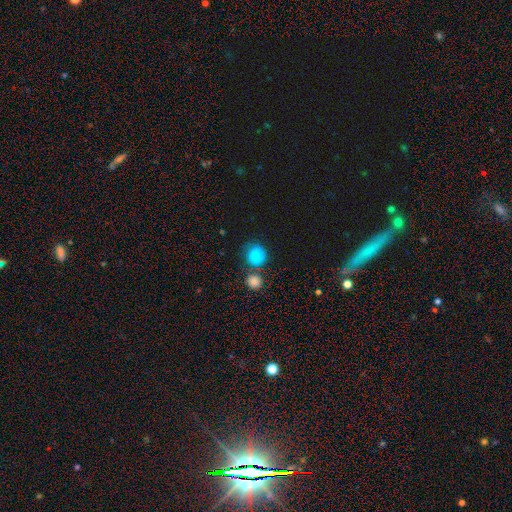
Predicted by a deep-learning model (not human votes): Q: Smooth or featured?
A: smooth (82%); runner-up: star or artifact (12%)
Q: How rounded?
A: round (80%); runner-up: in between (19%)
Q: Merging?
A: none (59%); runner-up: merger (19%)